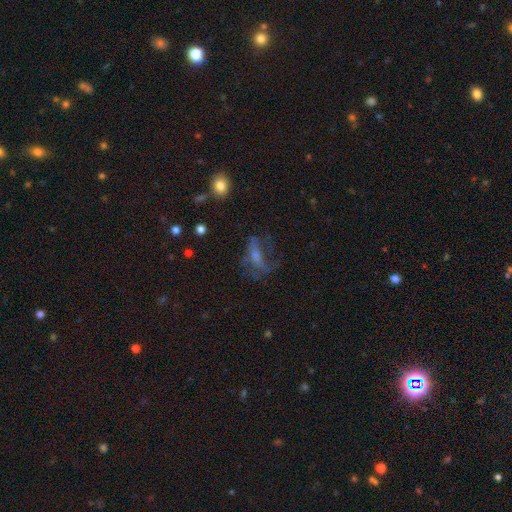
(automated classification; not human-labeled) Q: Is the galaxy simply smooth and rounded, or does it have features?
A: featured or disk — 57%.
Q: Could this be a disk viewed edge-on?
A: no — 90%.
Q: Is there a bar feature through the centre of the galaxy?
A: no — 51%.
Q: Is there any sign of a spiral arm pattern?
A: yes — 60%.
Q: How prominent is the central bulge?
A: small — 48%.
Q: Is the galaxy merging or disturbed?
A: none — 43%.